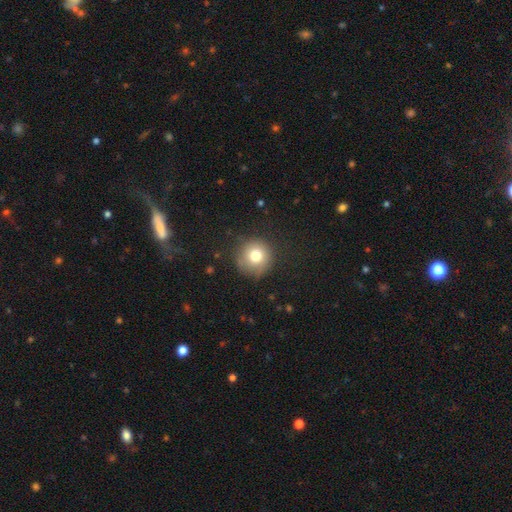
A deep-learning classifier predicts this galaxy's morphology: smooth_or_featured: smooth (p=0.77) [alt: featured or disk p=0.12]
how_rounded: round (p=0.94) [alt: in between p=0.05]
merging: none (p=0.79) [alt: minor disturbance p=0.14]